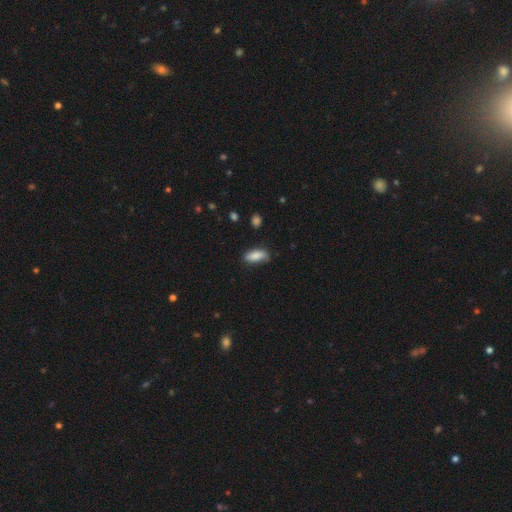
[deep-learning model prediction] smooth-or-featured: smooth: 85% | featured or disk: 9% | star or artifact: 7%
  how-rounded: in between: 82% | cigar-shaped: 16% | round: 2%
  merging: none: 68% | minor disturbance: 25% | major disturbance: 5% | merger: 2%